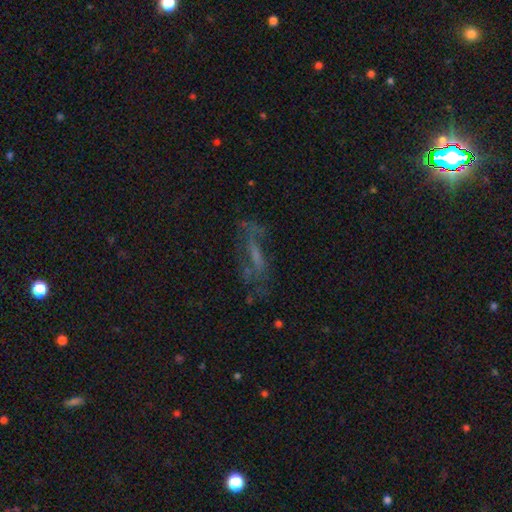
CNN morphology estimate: This appears to be a featured or disk galaxy (51%). Merging: none (61%).